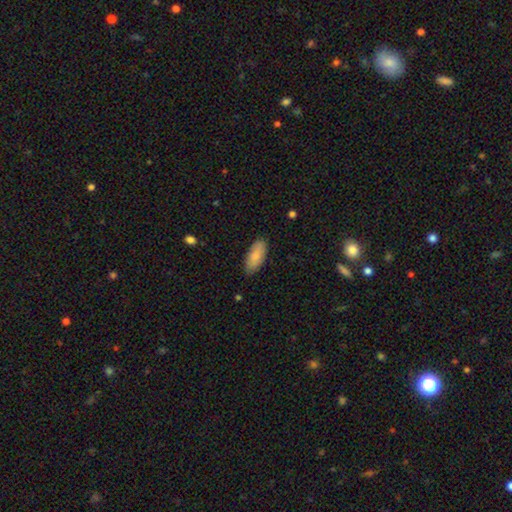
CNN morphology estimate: A smooth galaxy with no disk features (85%) that is in between round and cigar-shaped (84%). Merging: none (84%).